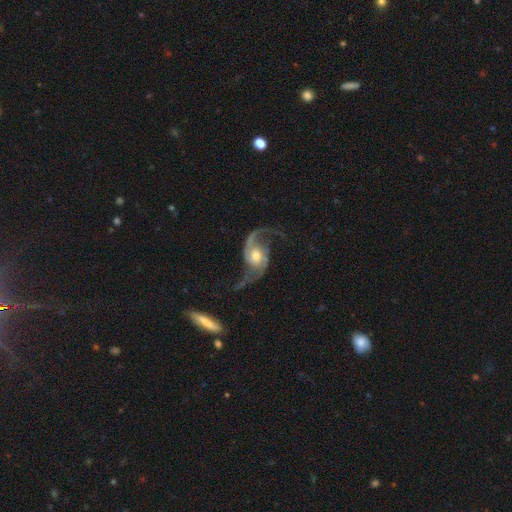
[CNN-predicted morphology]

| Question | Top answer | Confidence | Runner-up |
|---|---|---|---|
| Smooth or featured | featured or disk | 90% | smooth (5%) |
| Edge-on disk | no | 97% | yes (3%) |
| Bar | no | 60% | weak (31%) |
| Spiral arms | yes | 97% | no (3%) |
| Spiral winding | loose | 62% | medium (31%) |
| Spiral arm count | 2 | 93% | 1 (2%) |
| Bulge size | moderate | 65% | large (18%) |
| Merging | none | 64% | minor disturbance (17%) |